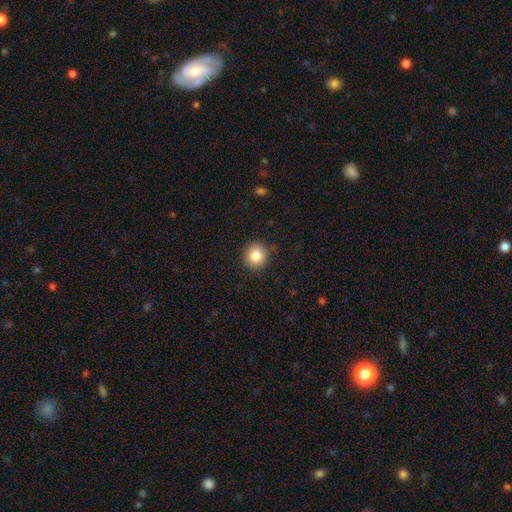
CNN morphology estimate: Smooth or featured: smooth — 85% (star or artifact — 10%)
How rounded: round — 92% (in between — 7%)
Merging: none — 90% (minor disturbance — 7%)